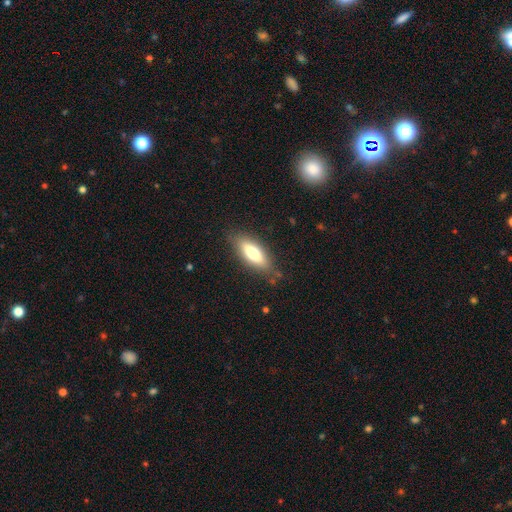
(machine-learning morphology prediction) smooth 71%, featured or disk 22%, star or artifact 7%. Down the decision tree: how rounded — in between (64%); merging — none (80%).